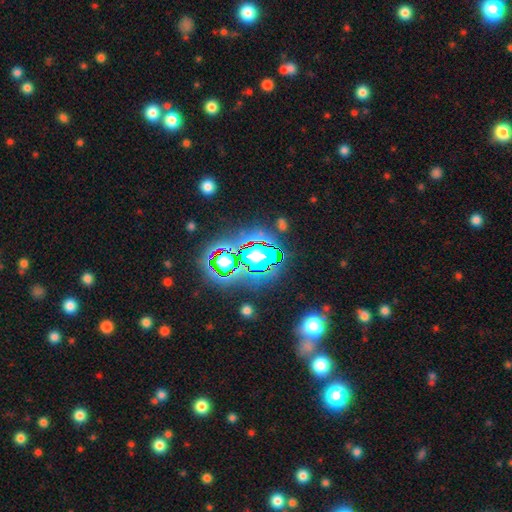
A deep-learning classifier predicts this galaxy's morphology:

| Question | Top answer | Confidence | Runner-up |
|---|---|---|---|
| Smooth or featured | star or artifact | 68% | smooth (18%) |